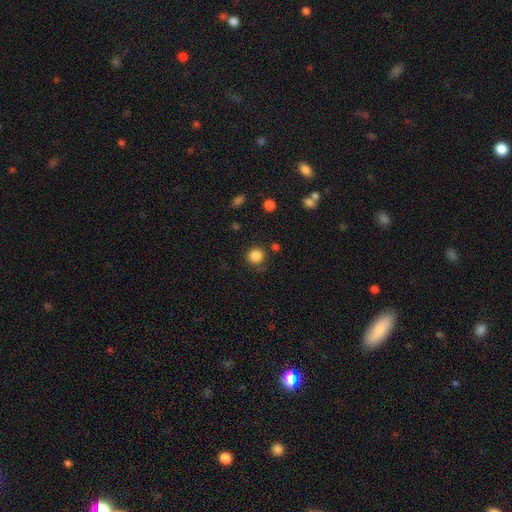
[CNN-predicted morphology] This is clearly a smooth galaxy (85%). How rounded: clearly round (92%). Merging: clearly none (81%).